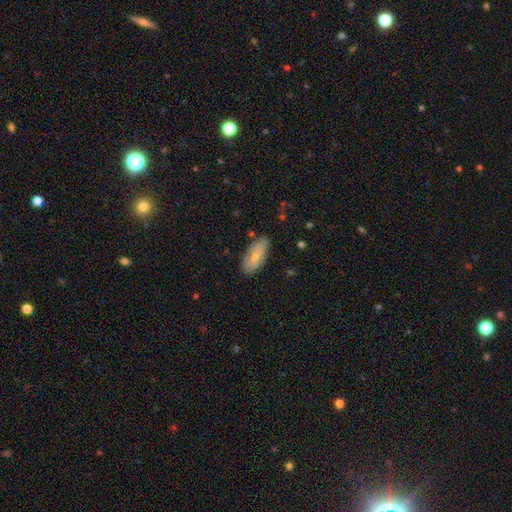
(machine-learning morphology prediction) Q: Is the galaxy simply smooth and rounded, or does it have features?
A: smooth — 76%.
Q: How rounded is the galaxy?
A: in between — 83%.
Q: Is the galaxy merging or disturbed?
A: none — 81%.